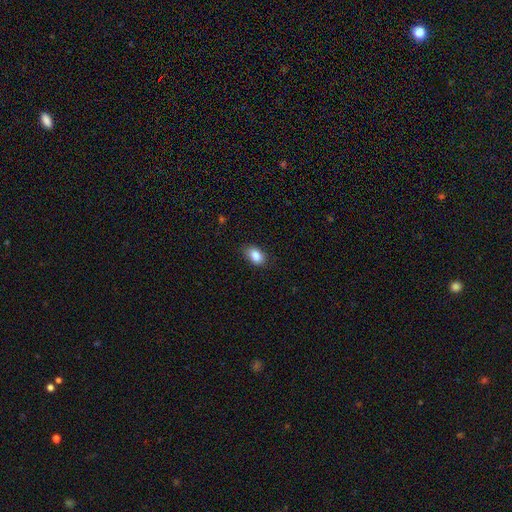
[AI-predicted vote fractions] A smooth galaxy with no disk features (86%) that is in between round and cigar-shaped (85%). Merging: none (80%).